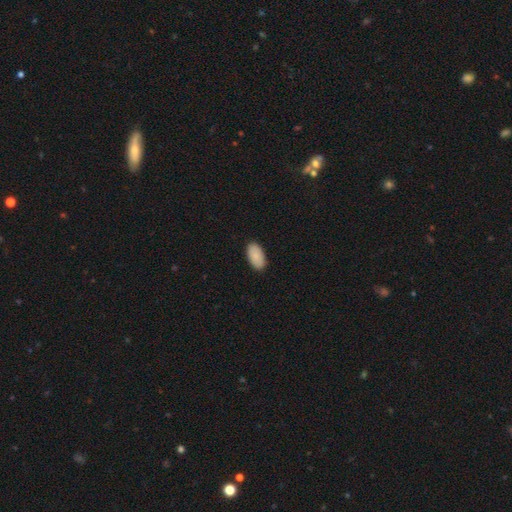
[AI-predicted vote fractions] Smooth or featured? smooth (89%)
How rounded? in between (96%)
Merging? none (89%)